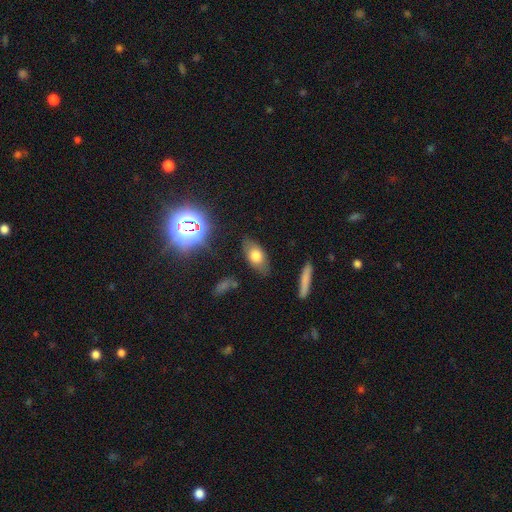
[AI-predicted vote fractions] The model was most divided on "smooth or featured": smooth: 68%, featured or disk: 20%, star or artifact: 11%. More confident: how rounded — in between (87%); merging — none (80%).